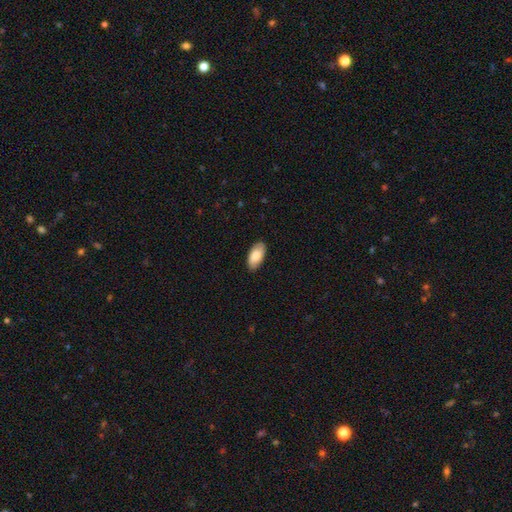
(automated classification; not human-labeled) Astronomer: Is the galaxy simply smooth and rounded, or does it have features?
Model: smooth — 81%.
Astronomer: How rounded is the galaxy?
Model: in between — 94%.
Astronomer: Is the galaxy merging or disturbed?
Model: none — 86%.